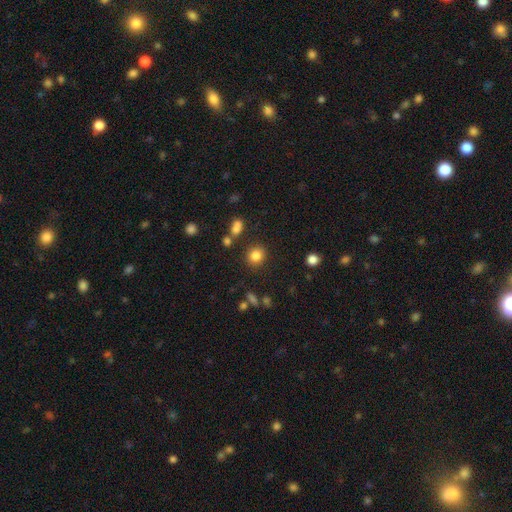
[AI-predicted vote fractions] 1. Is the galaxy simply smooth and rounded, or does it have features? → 83% smooth, 11% star or artifact, 5% featured or disk.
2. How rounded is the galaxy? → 79% round, 20% in between, 1% cigar-shaped.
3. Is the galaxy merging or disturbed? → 84% none, 8% minor disturbance, 5% merger, 3% major disturbance.